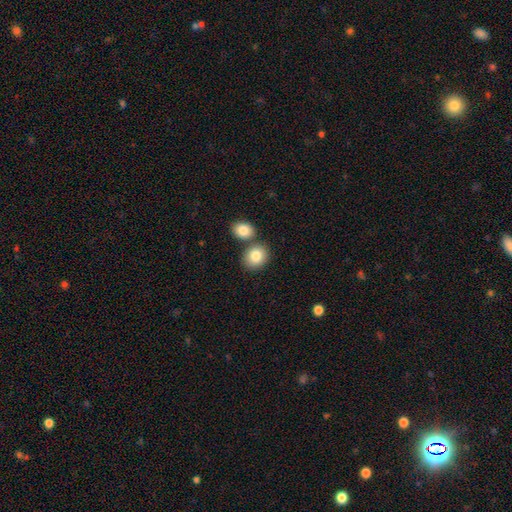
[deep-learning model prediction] This is clearly a smooth galaxy (84%). How rounded: possibly round (52%). Merging: likely none (61%).